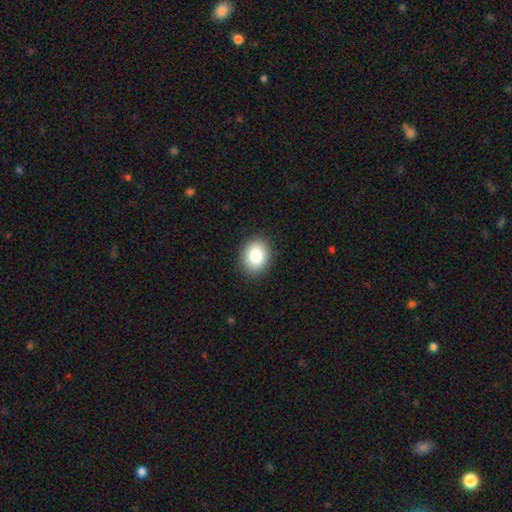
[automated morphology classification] The model was most divided on "how rounded": round: 51%, in between: 48%, cigar-shaped: 1%. More confident: merging — none (90%); smooth or featured — smooth (83%).